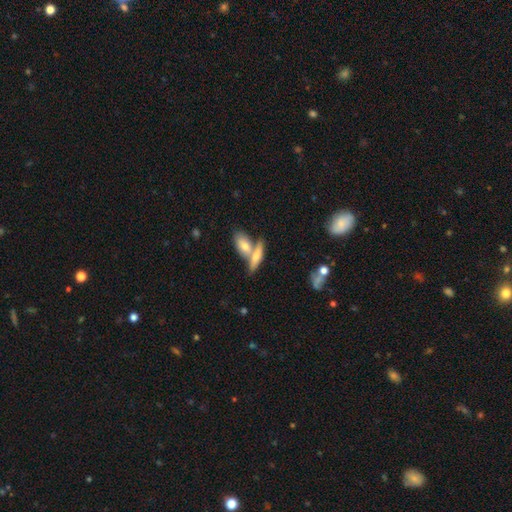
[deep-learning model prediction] smooth_or_featured: smooth (p=0.59) [alt: featured or disk p=0.34]
how_rounded: in between (p=0.50) [alt: cigar-shaped p=0.46]
merging: merger (p=0.47) [alt: none p=0.41]